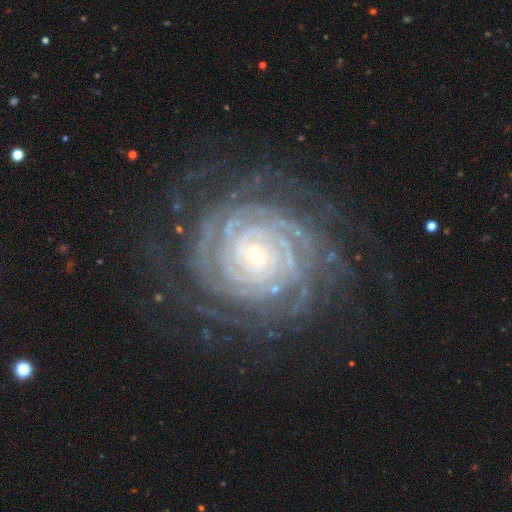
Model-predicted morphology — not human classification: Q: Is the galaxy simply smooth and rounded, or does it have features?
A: featured or disk — 90%.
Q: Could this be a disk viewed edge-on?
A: no — 97%.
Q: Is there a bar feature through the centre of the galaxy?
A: no — 70%.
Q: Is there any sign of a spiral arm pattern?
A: yes — 98%.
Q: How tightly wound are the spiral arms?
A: tight — 87%.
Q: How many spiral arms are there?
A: more than 4 — 27%.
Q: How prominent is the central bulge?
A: small — 77%.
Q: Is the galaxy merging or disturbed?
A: none — 76%.